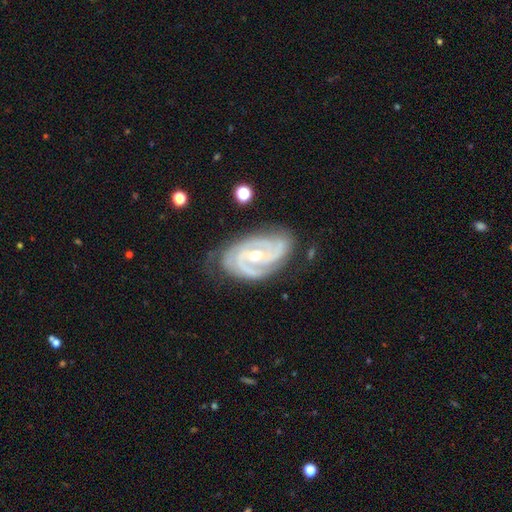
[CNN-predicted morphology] This appears to be a featured or disk galaxy (92%) with no bar (48%), 2 (42%) tight (67%) spiral arms (98%) and a moderate central bulge (65%). Merging: none (71%).